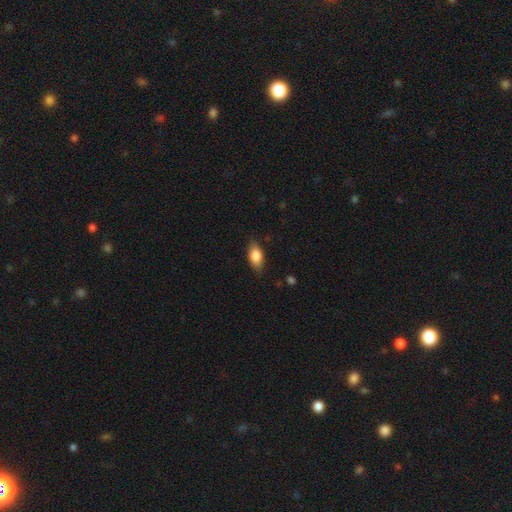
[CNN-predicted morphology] Q: Smooth or featured?
A: smooth (81%); runner-up: featured or disk (12%)
Q: How rounded?
A: in between (87%); runner-up: cigar-shaped (8%)
Q: Merging?
A: none (81%); runner-up: minor disturbance (15%)